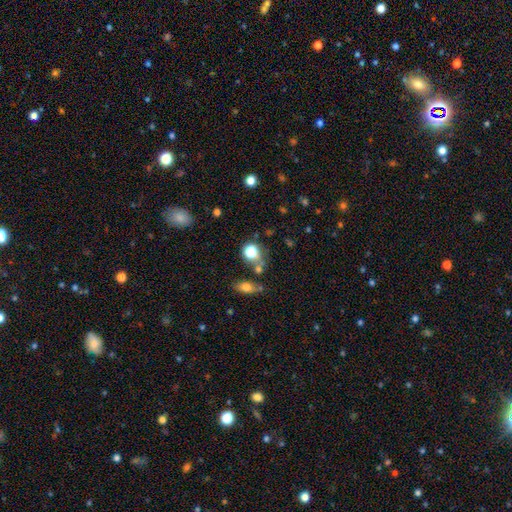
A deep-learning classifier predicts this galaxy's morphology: smooth_or_featured: smooth (p=0.64) [alt: star or artifact p=0.23]
how_rounded: round (p=0.63) [alt: in between p=0.33]
merging: none (p=0.60) [alt: merger p=0.21]